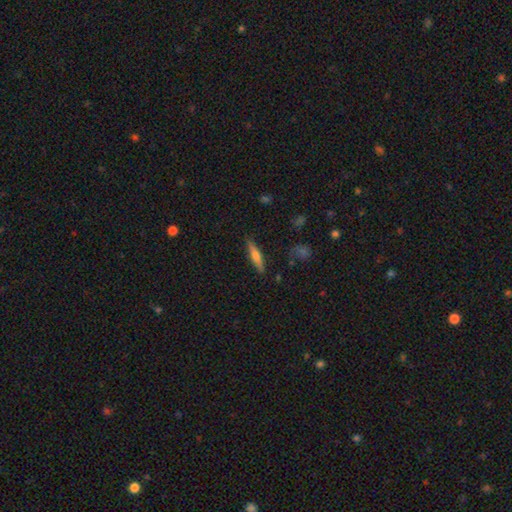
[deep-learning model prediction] A smooth galaxy with no disk features (51%) that is cigar-shaped (84%).

Vote fractions:
- Smooth or featured? smooth: 51% / featured or disk: 43% / star or artifact: 6%
- How rounded? cigar-shaped: 84% / in between: 14% / round: 2%
- Merging? none: 87% / minor disturbance: 9% / major disturbance: 2% / merger: 2%